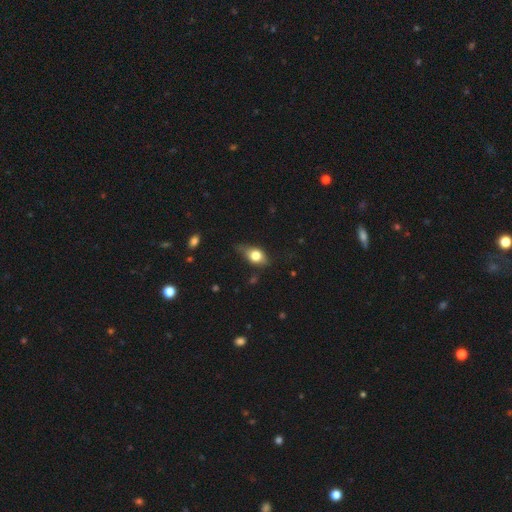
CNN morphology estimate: The model was most divided on "merging": none: 57%, minor disturbance: 32%, major disturbance: 9%, merger: 2%. More confident: how rounded — in between (75%); smooth or featured — smooth (70%).